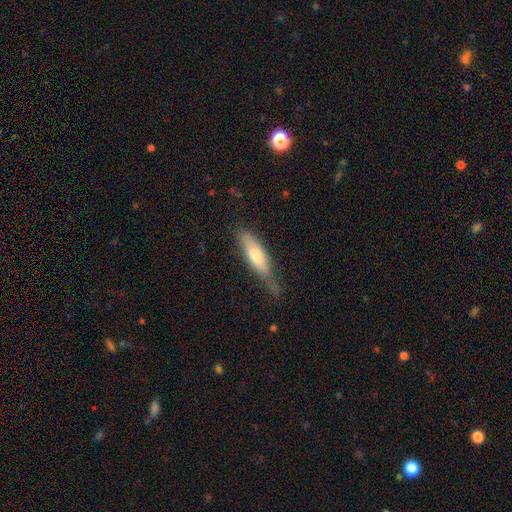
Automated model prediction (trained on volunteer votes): Morphology: type=smooth (65%); roundness=cigar-shaped (61%); merging=none (55%).